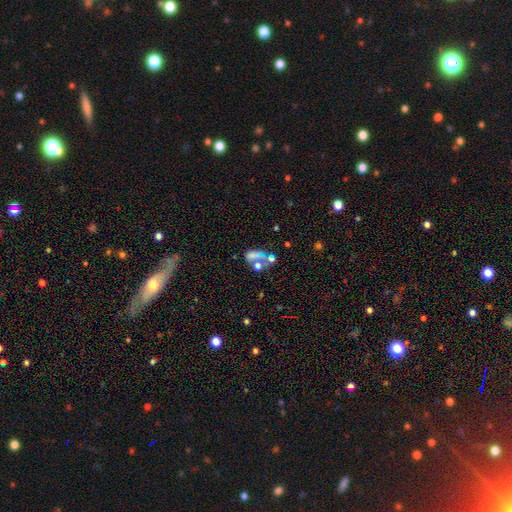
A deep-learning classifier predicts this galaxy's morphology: smooth 47%, featured or disk 31%, star or artifact 22%. Down the decision tree: merging — merger (41%).